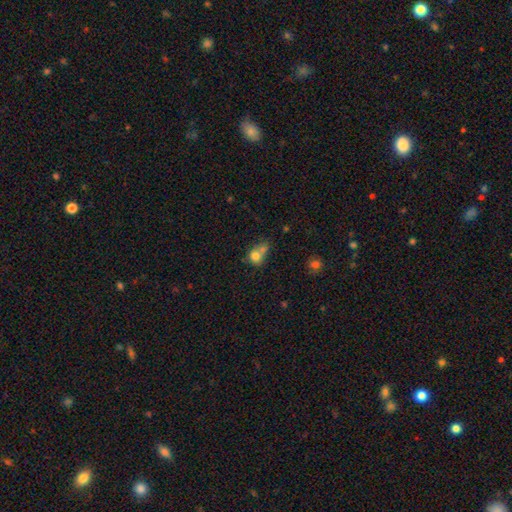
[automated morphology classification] This is likely a smooth galaxy (74%). How rounded: likely round (71%). Merging: possibly merger (48%).